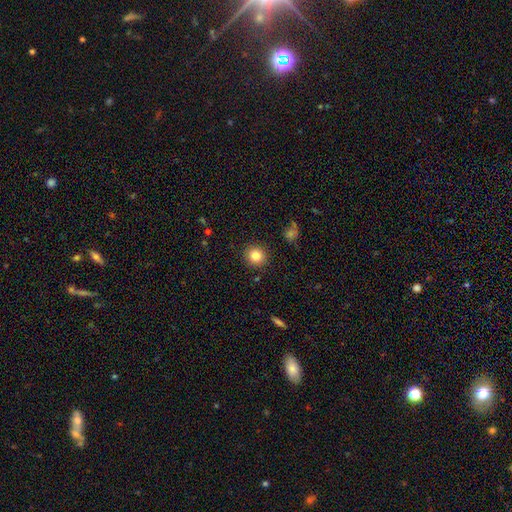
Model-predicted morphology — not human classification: The model was most divided on "smooth or featured": smooth: 83%, star or artifact: 11%, featured or disk: 6%. More confident: how rounded — round (92%); merging — none (90%).